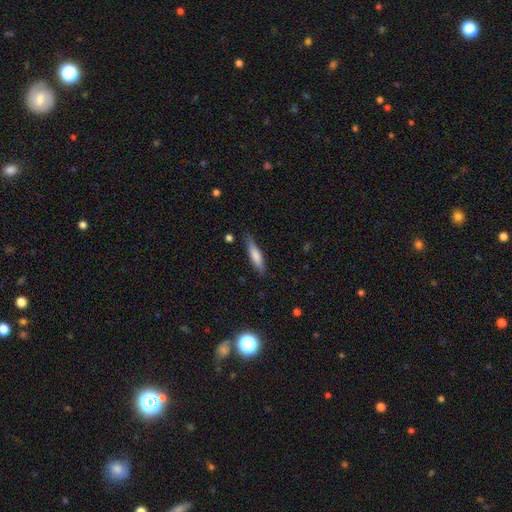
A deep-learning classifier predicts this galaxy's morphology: Smooth or featured?
  - smooth: 73% *
  - featured or disk: 21%
  - star or artifact: 6%
How rounded?
  - cigar-shaped: 78% *
  - in between: 20%
  - round: 1%
Merging?
  - none: 80% *
  - minor disturbance: 15%
  - major disturbance: 3%
  - merger: 2%